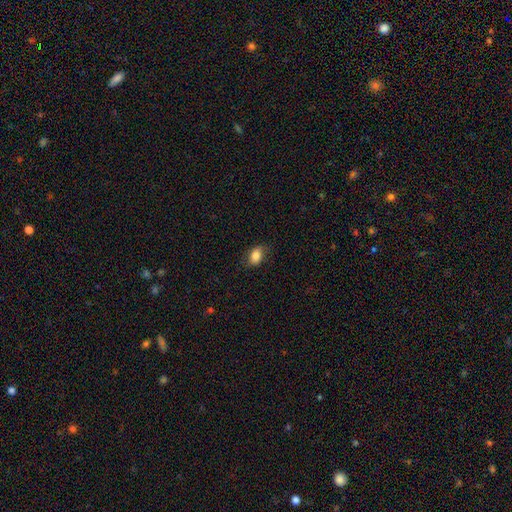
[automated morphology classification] Q: Smooth or featured?
A: smooth (84%); runner-up: featured or disk (8%)
Q: How rounded?
A: in between (83%); runner-up: round (15%)
Q: Merging?
A: none (76%); runner-up: minor disturbance (19%)